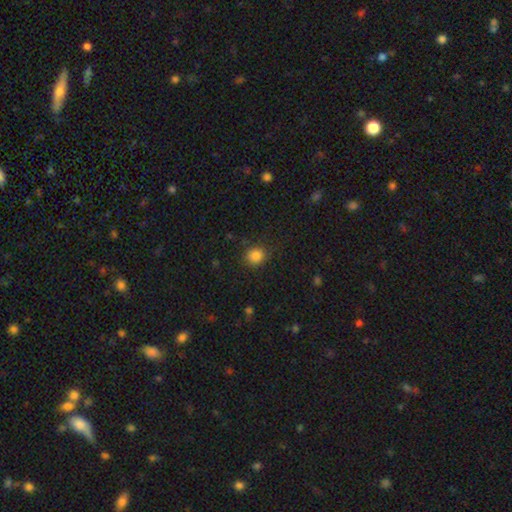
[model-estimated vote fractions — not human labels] Overall: smooth (84%). How rounded: round (80%). Merging: none (82%).